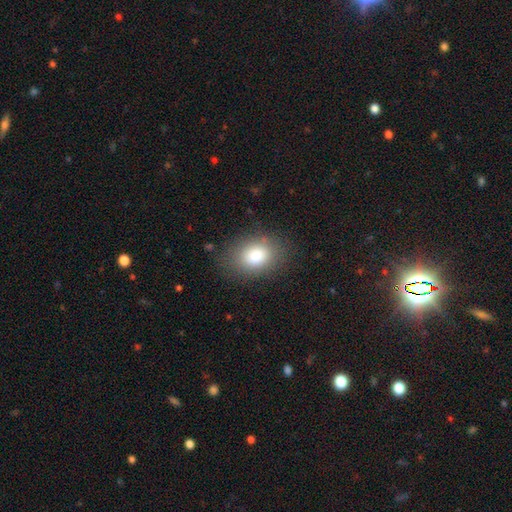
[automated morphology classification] This is clearly a smooth galaxy (84%). How rounded: likely in between (73%). Merging: clearly none (81%).